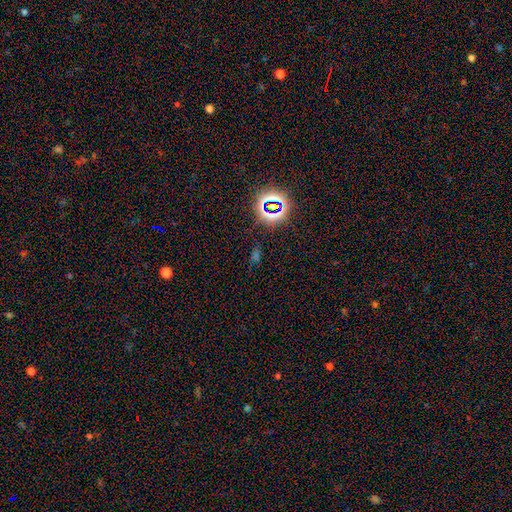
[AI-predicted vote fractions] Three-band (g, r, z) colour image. It shows a star or artifact, not a galaxy (69%).